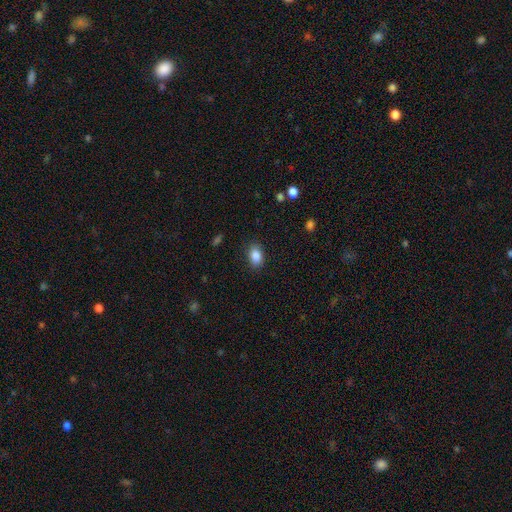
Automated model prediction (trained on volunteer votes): Q: Smooth or featured?
A: smooth (87%); runner-up: star or artifact (8%)
Q: How rounded?
A: in between (84%); runner-up: round (15%)
Q: Merging?
A: none (86%); runner-up: minor disturbance (10%)